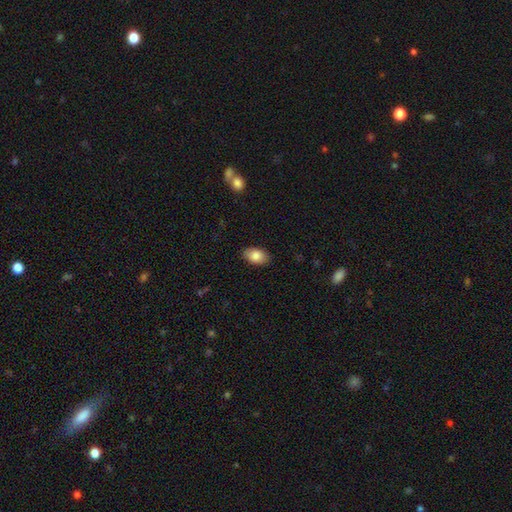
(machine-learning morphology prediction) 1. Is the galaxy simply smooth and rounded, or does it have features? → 84% smooth, 8% featured or disk, 7% star or artifact.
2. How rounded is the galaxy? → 91% in between, 8% round, 1% cigar-shaped.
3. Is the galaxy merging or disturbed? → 88% none, 9% minor disturbance, 2% major disturbance, 1% merger.